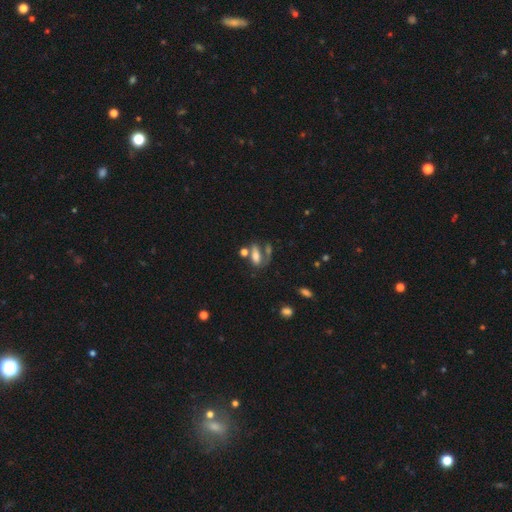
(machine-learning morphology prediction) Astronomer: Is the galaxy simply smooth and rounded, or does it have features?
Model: smooth — 59%.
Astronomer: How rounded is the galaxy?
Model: in between — 73%.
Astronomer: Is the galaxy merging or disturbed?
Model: none — 38% (runner-up: merger, 32%).